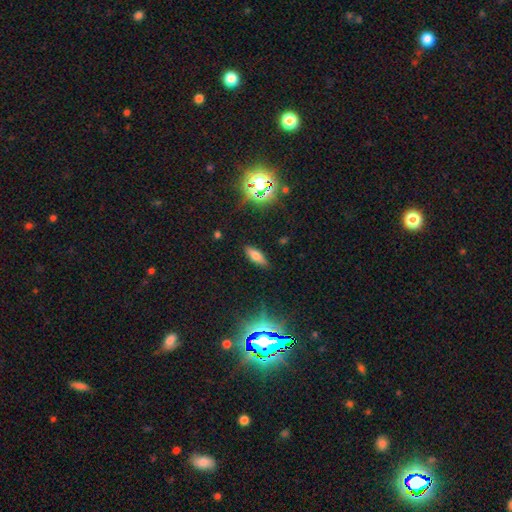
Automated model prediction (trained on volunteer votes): smooth_or_featured: smooth (p=0.66) [alt: featured or disk p=0.17]
how_rounded: in between (p=0.69) [alt: cigar-shaped p=0.28]
merging: none (p=0.87) [alt: minor disturbance p=0.09]